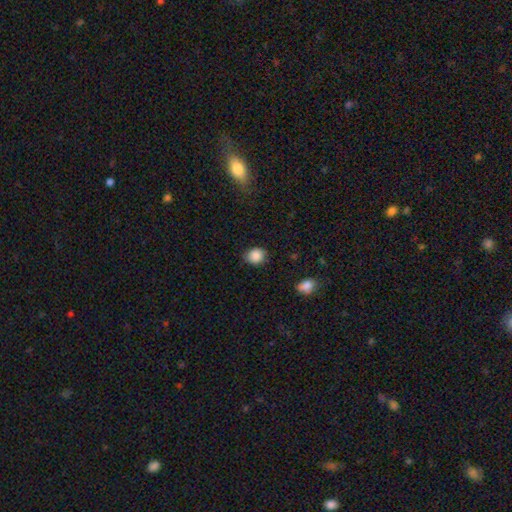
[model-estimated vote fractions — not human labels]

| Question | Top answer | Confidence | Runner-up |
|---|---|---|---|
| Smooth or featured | smooth | 87% | star or artifact (9%) |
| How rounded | round | 66% | in between (33%) |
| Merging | none | 79% | minor disturbance (16%) |